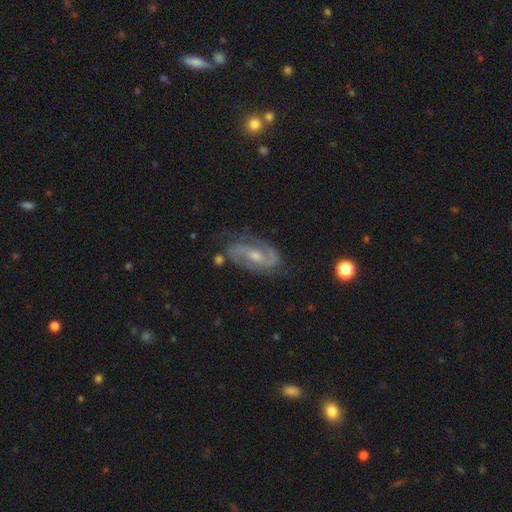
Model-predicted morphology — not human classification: Smooth or featured?
  - featured or disk: 88% *
  - smooth: 6%
  - star or artifact: 6%
Edge-on disk?
  - no: 96% *
  - yes: 4%
Bar?
  - weak: 45% *
  - no: 33%
  - strong: 23%
Spiral arms?
  - yes: 97% *
  - no: 3%
Spiral winding?
  - medium: 52% *
  - tight: 31%
  - loose: 17%
Spiral arm count?
  - 2: 91% *
  - can't tell: 4%
  - 3: 2%
  - 1: 2%
  - 4: 1%
  - more than 4: 1%
Bulge size?
  - moderate: 48% *
  - small: 47%
  - none: 2%
  - large: 2%
  - dominant: 1%
Merging?
  - none: 77% *
  - minor disturbance: 16%
  - major disturbance: 5%
  - merger: 2%